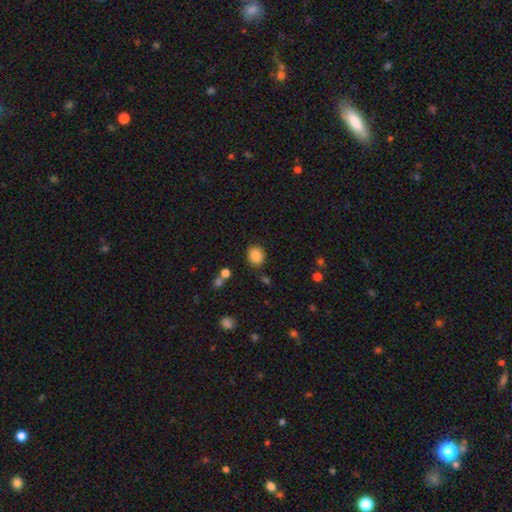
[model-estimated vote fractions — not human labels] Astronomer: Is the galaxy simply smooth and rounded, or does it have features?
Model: smooth — 87%.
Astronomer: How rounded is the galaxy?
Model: round — 68%.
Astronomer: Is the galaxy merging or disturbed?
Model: none — 82%.